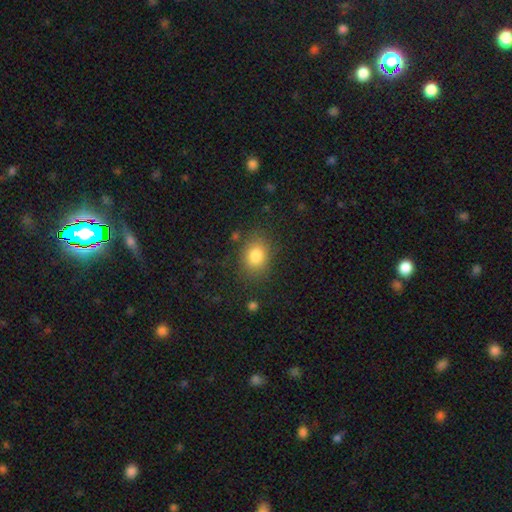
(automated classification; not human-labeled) Smooth or featured?
  - smooth: 82% *
  - star or artifact: 10%
  - featured or disk: 8%
How rounded?
  - in between: 58% *
  - round: 41%
  - cigar-shaped: 1%
Merging?
  - none: 80% *
  - minor disturbance: 13%
  - major disturbance: 5%
  - merger: 2%